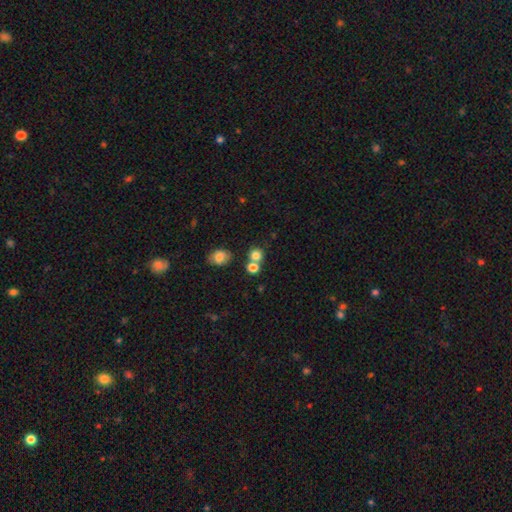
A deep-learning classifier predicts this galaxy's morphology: A smooth galaxy with no disk features (80%) that is round (82%).

Vote fractions:
- Smooth or featured? smooth: 80% / star or artifact: 12% / featured or disk: 8%
- How rounded? round: 82% / in between: 17% / cigar-shaped: 1%
- Merging? none: 54% / merger: 35% / minor disturbance: 8% / major disturbance: 3%